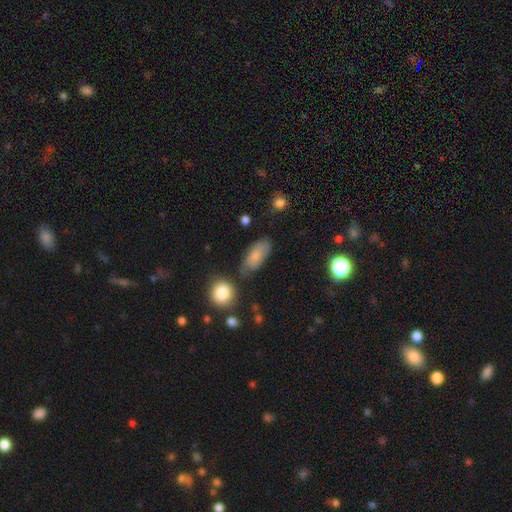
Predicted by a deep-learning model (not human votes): Q: Smooth or featured?
A: smooth (73%); runner-up: featured or disk (19%)
Q: How rounded?
A: in between (89%); runner-up: cigar-shaped (7%)
Q: Merging?
A: none (61%); runner-up: minor disturbance (25%)